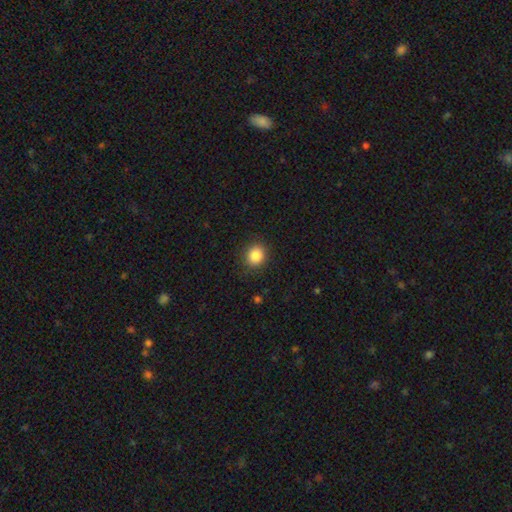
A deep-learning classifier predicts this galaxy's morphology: Q: Smooth or featured?
A: smooth (86%); runner-up: star or artifact (10%)
Q: How rounded?
A: round (79%); runner-up: in between (20%)
Q: Merging?
A: none (89%); runner-up: minor disturbance (8%)